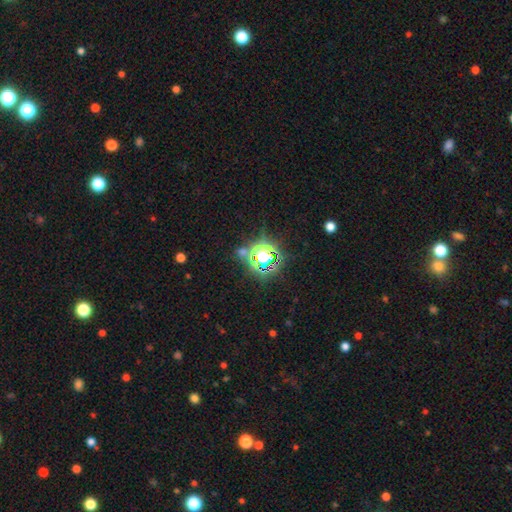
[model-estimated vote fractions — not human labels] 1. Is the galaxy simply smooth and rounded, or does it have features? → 78% star or artifact, 15% smooth, 8% featured or disk.